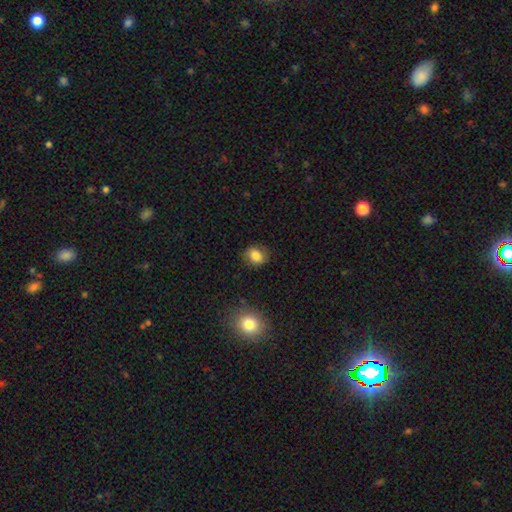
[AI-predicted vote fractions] This is clearly a smooth galaxy (83%). How rounded: possibly in between (52%). Merging: likely none (80%).